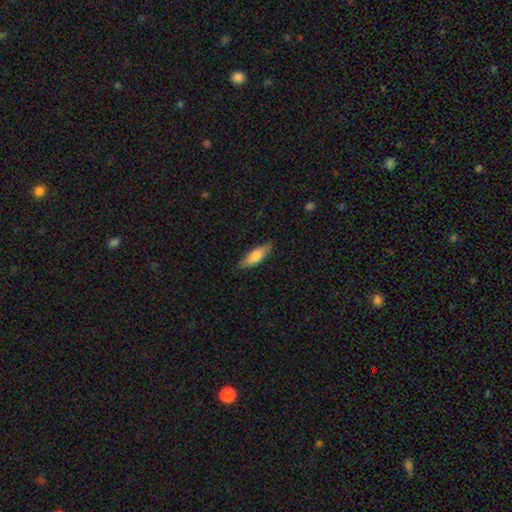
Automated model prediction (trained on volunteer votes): Smooth or featured? Predicted: smooth (p=0.76). How rounded? Predicted: cigar-shaped (p=0.51). Merging? Predicted: none (p=0.85).